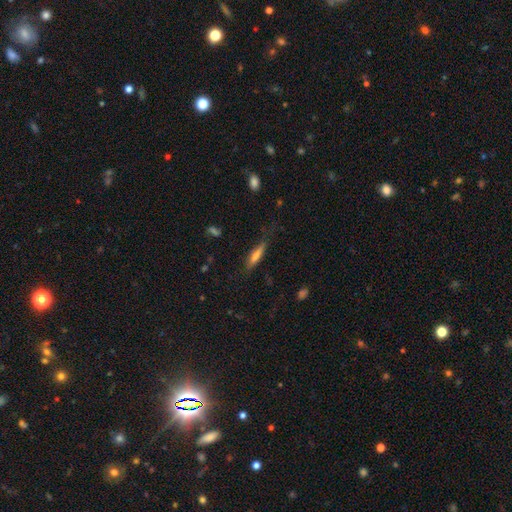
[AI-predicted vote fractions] Smooth or featured?
  - smooth: 60% *
  - featured or disk: 32%
  - star or artifact: 7%
How rounded?
  - cigar-shaped: 80% *
  - in between: 18%
  - round: 2%
Merging?
  - none: 74% *
  - minor disturbance: 19%
  - major disturbance: 6%
  - merger: 2%